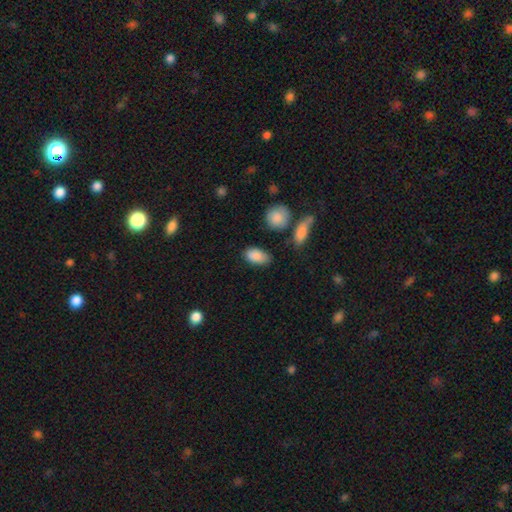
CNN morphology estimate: Smooth or featured?
  - smooth: 87% *
  - star or artifact: 7%
  - featured or disk: 6%
How rounded?
  - in between: 91% *
  - round: 6%
  - cigar-shaped: 3%
Merging?
  - none: 72% *
  - minor disturbance: 18%
  - merger: 5%
  - major disturbance: 5%